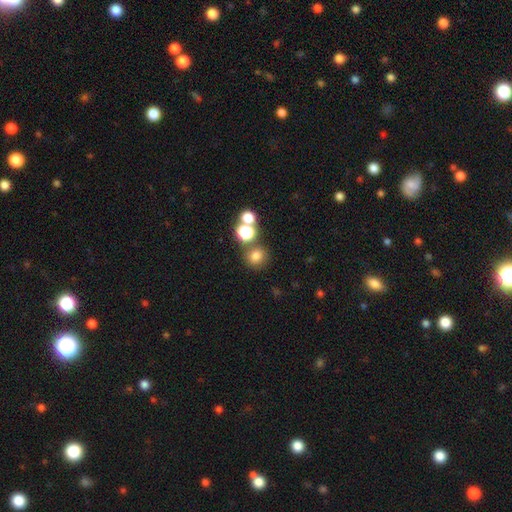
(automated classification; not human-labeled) Q: Smooth or featured?
A: smooth (75%); runner-up: star or artifact (17%)
Q: How rounded?
A: round (85%); runner-up: in between (14%)
Q: Merging?
A: none (68%); runner-up: merger (20%)